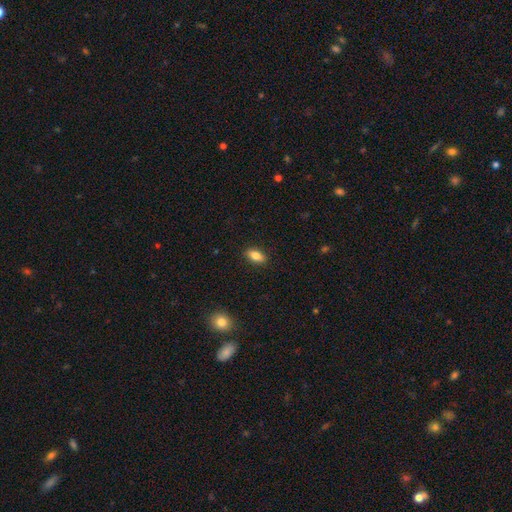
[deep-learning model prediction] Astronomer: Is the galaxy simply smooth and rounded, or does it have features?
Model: smooth — 82%.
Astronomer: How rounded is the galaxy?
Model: in between — 88%.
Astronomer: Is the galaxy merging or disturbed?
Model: none — 89%.